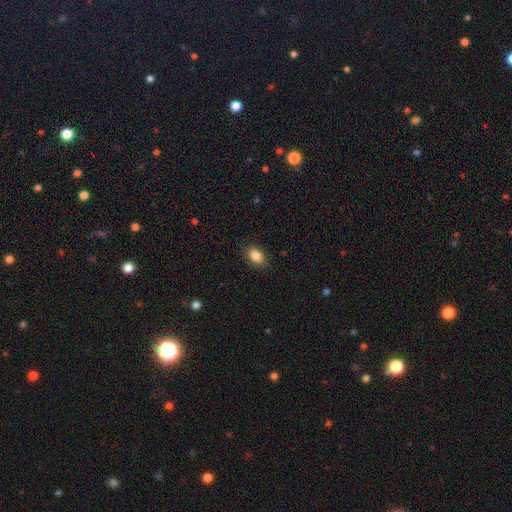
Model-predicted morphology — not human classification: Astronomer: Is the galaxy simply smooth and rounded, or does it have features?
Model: smooth — 86%.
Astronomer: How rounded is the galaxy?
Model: in between — 85%.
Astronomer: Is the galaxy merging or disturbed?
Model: none — 85%.